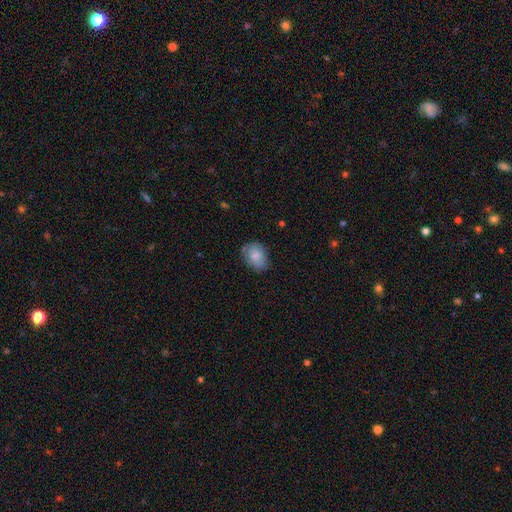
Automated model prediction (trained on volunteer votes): smooth_or_featured: smooth (p=0.80) [alt: featured or disk p=0.13]
how_rounded: in between (p=0.67) [alt: round p=0.32]
merging: none (p=0.69) [alt: minor disturbance p=0.24]